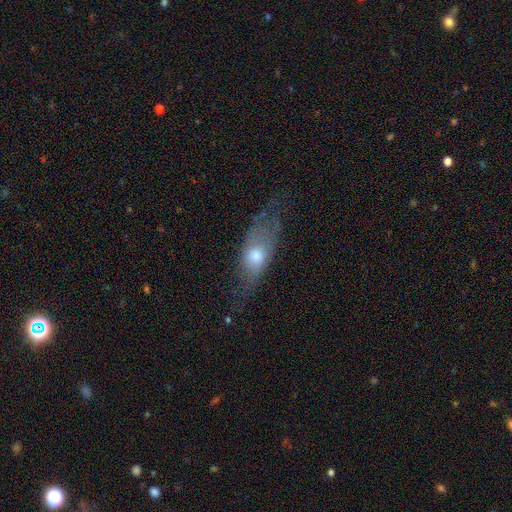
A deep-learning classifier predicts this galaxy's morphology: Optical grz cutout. It shows a smooth galaxy with no disk features (55%) that is in between round and cigar-shaped (68%). Merging: none (52%).